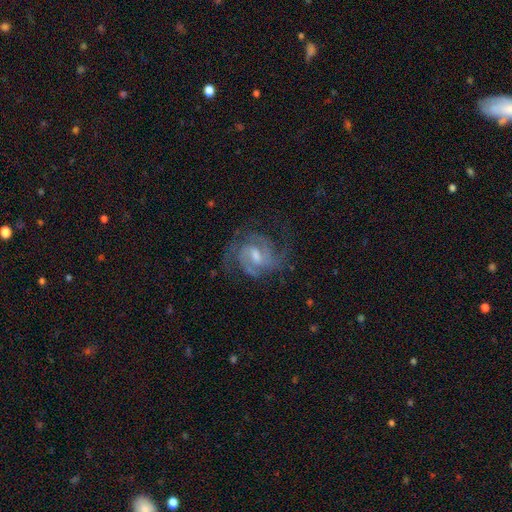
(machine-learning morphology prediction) Smooth or featured: featured or disk — 88% (smooth — 7%)
Edge-on disk: no — 98% (yes — 2%)
Bar: weak — 60% (strong — 21%)
Spiral arms: yes — 97% (no — 3%)
Spiral winding: medium — 49% (tight — 39%)
Spiral arm count: 2 — 46% (3 — 27%)
Bulge size: moderate — 51% (small — 35%)
Merging: none — 66% (minor disturbance — 18%)